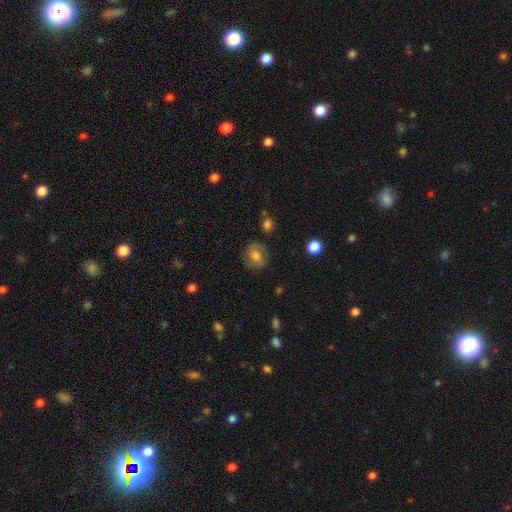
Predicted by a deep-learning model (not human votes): Smooth or featured? smooth (54%)
How rounded? round (61%)
Merging? none (78%)